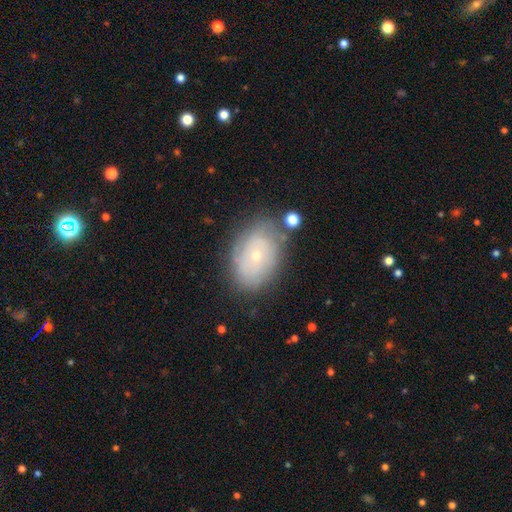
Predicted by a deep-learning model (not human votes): A featured or disk galaxy (51%).

Vote fractions:
- Smooth or featured? featured or disk: 51% / smooth: 40% / star or artifact: 10%
- Edge-on disk? no: 94% / yes: 6%
- Merging? none: 72% / minor disturbance: 19% / major disturbance: 6% / merger: 3%